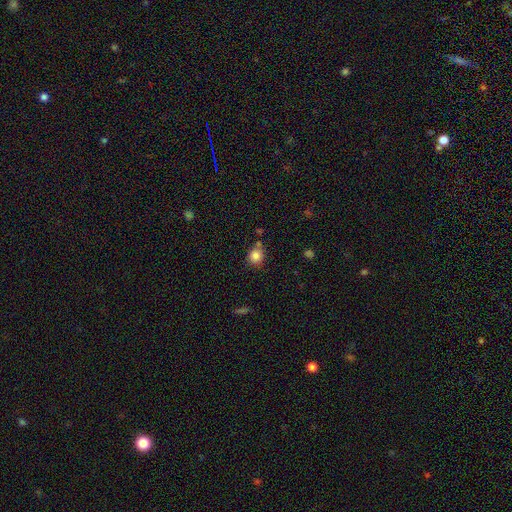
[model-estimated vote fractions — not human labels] smooth_or_featured: smooth (p=0.84) [alt: star or artifact p=0.10]
how_rounded: round (p=0.85) [alt: in between p=0.14]
merging: none (p=0.71) [alt: minor disturbance p=0.14]